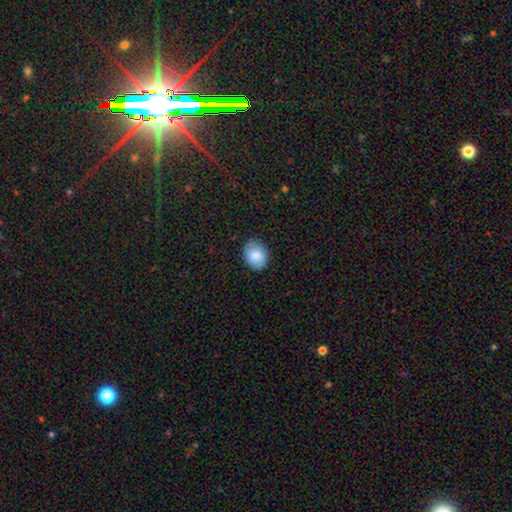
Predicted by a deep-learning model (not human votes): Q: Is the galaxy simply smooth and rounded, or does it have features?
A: smooth — 84%.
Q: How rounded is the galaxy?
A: round — 50%.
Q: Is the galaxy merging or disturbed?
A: none — 86%.